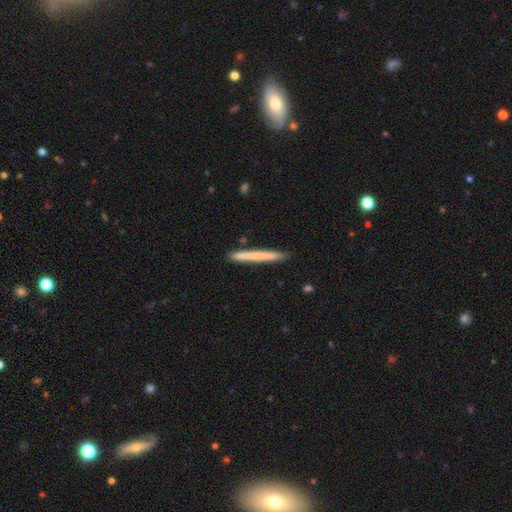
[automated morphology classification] Smooth or featured? smooth (66%)
How rounded? cigar-shaped (97%)
Merging? none (90%)